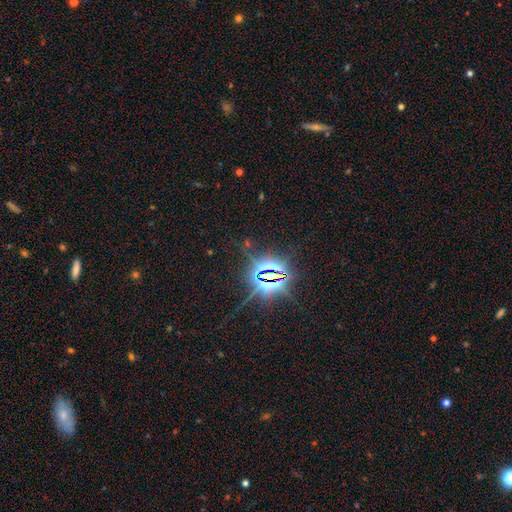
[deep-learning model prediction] Smooth or featured?
  - star or artifact: 83% *
  - smooth: 10%
  - featured or disk: 7%